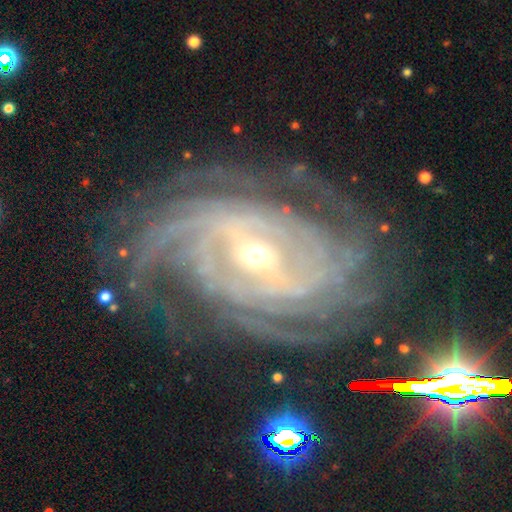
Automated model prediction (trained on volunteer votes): Smooth or featured: featured or disk — 91% (star or artifact — 6%)
Edge-on disk: no — 97% (yes — 3%)
Bar: weak — 41% (tied with strong — 41%)
Spiral arms: yes — 98% (no — 2%)
Spiral winding: tight — 68% (medium — 27%)
Spiral arm count: 4 — 24% (can't tell — 21%)
Bulge size: small — 55% (moderate — 41%)
Merging: none — 72% (minor disturbance — 17%)